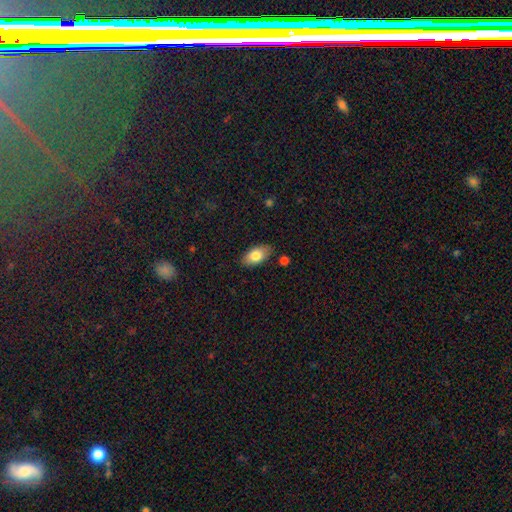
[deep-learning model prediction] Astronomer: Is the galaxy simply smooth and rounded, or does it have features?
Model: smooth — 79%.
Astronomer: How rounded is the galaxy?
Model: in between — 92%.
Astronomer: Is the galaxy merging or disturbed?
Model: none — 83%.